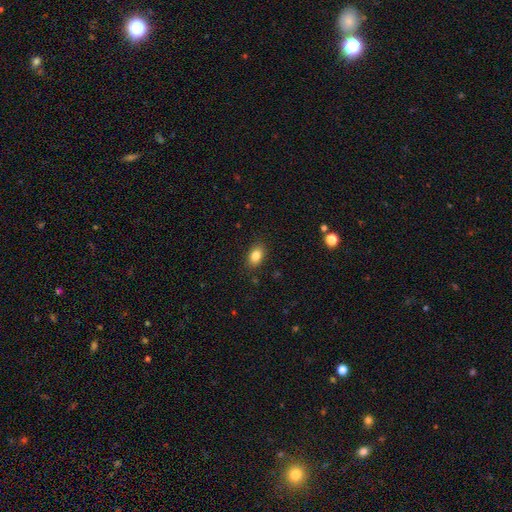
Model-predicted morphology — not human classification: Smooth or featured?
  - smooth: 84% *
  - star or artifact: 9%
  - featured or disk: 7%
How rounded?
  - in between: 84% *
  - round: 14%
  - cigar-shaped: 2%
Merging?
  - none: 87% *
  - minor disturbance: 10%
  - major disturbance: 2%
  - merger: 1%